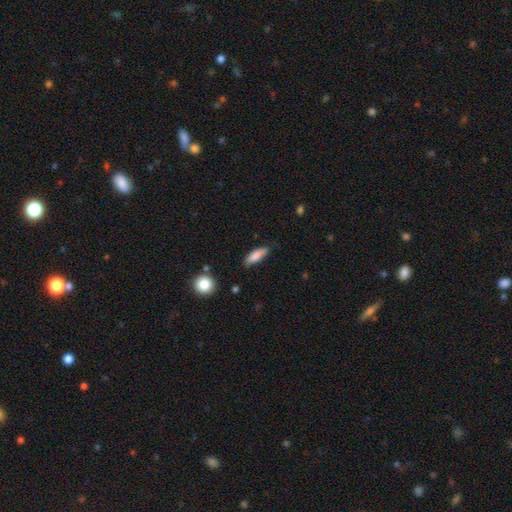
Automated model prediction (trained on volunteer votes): Q: Smooth or featured?
A: smooth (80%); runner-up: featured or disk (13%)
Q: How rounded?
A: in between (56%); runner-up: cigar-shaped (42%)
Q: Merging?
A: none (73%); runner-up: minor disturbance (21%)